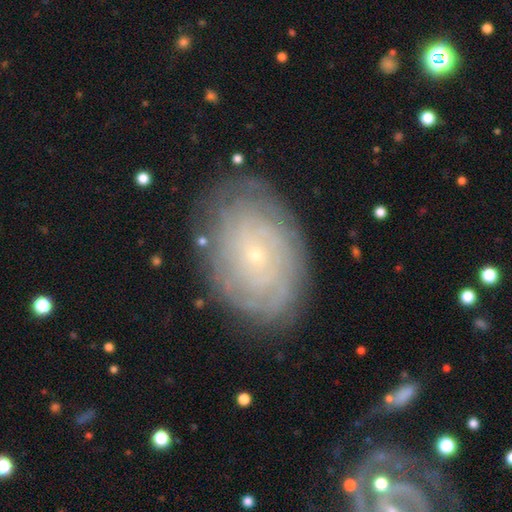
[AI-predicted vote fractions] A featured or disk galaxy (73%) with no bar (85%), tight (83%) spiral arms (84%) and a small central bulge (87%).

Vote fractions:
- Smooth or featured? featured or disk: 73% / smooth: 20% / star or artifact: 7%
- Edge-on disk? no: 95% / yes: 5%
- Bar? no: 85% / weak: 12% / strong: 3%
- Spiral arms? yes: 84% / no: 16%
- Spiral winding? tight: 83% / medium: 12% / loose: 4%
- Spiral arm count? can't tell: 57% / more than 4: 11% / 4: 11% / 2: 9% / 3: 8% / 1: 5%
- Bulge size? small: 87% / moderate: 10% / none: 1% / large: 1% / dominant: 1%
- Merging? none: 81% / minor disturbance: 13% / major disturbance: 4% / merger: 1%